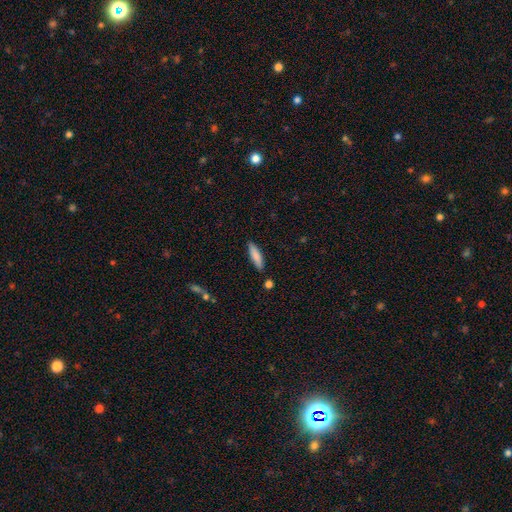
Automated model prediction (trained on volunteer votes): This appears to be a smooth galaxy with no disk features (83%) that is cigar-shaped (64%). Merging: none (86%).